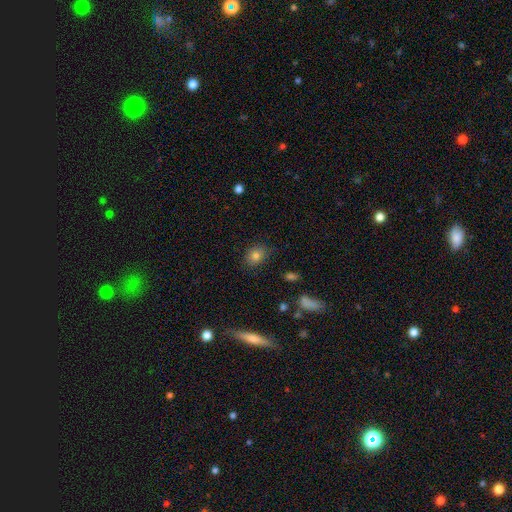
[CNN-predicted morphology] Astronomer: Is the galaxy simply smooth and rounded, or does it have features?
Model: smooth — 80%.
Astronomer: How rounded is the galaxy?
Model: round — 52% (runner-up: in between, 47%).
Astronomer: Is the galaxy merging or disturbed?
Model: none — 83%.